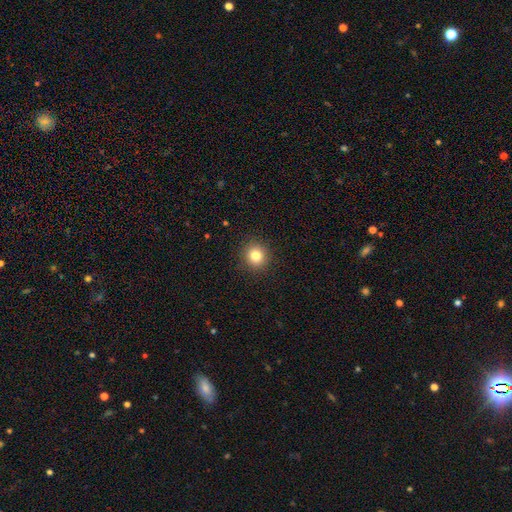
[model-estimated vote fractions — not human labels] Smooth or featured: smooth — 82% (star or artifact — 12%)
How rounded: round — 90% (in between — 9%)
Merging: none — 91% (minor disturbance — 6%)